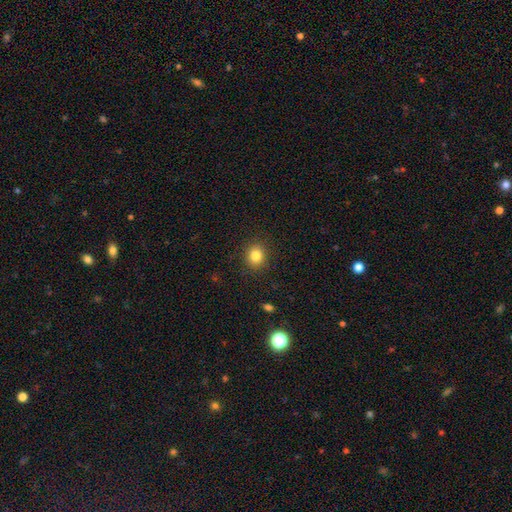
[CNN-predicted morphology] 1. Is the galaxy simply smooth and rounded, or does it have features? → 82% smooth, 12% star or artifact, 6% featured or disk.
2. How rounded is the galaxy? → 79% round, 20% in between, 1% cigar-shaped.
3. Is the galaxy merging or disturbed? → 90% none, 7% minor disturbance, 2% major disturbance, 1% merger.